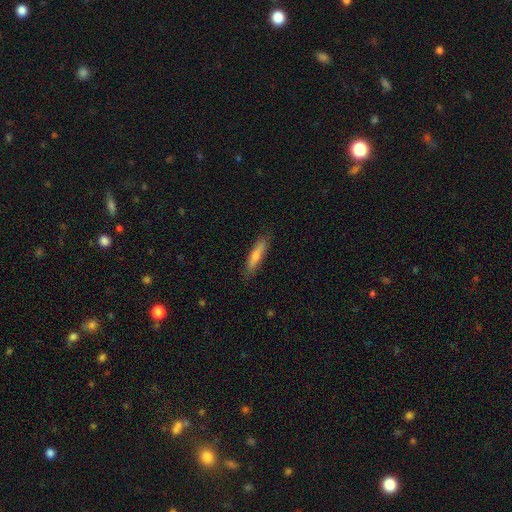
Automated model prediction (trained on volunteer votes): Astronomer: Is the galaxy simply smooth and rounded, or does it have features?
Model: smooth — 68%.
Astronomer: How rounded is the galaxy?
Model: cigar-shaped — 82%.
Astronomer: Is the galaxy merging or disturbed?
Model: none — 85%.